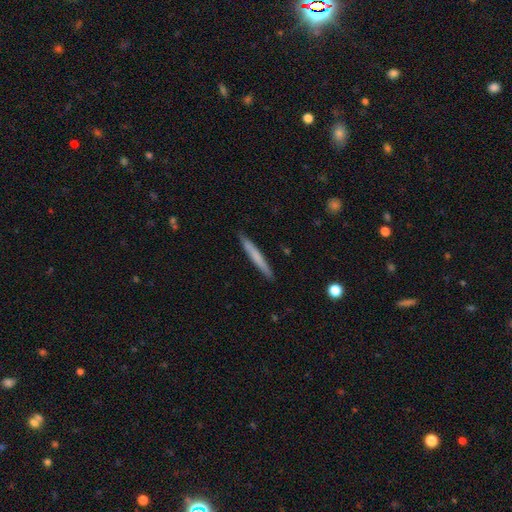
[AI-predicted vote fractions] A smooth galaxy with no disk features (63%) that is cigar-shaped (96%).

Vote fractions:
- Smooth or featured? smooth: 63% / featured or disk: 31% / star or artifact: 5%
- How rounded? cigar-shaped: 96% / in between: 2% / round: 1%
- Merging? none: 90% / minor disturbance: 7% / major disturbance: 1% / merger: 1%